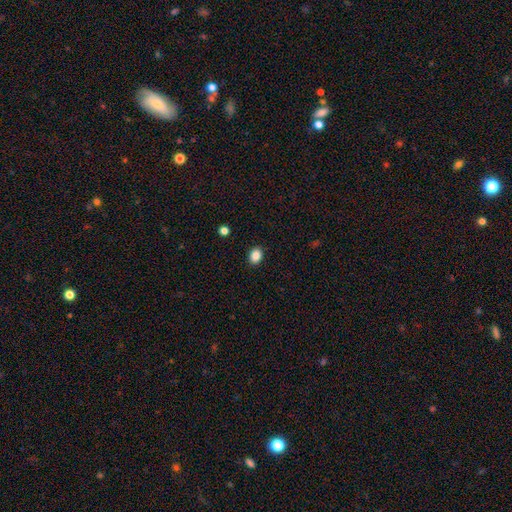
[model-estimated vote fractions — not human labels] Q: Smooth or featured?
A: smooth (87%); runner-up: star or artifact (9%)
Q: How rounded?
A: in between (56%); runner-up: round (43%)
Q: Merging?
A: none (90%); runner-up: minor disturbance (7%)